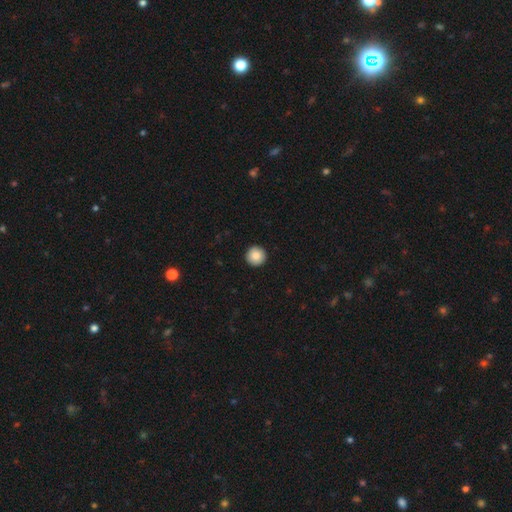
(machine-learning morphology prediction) A smooth galaxy with no disk features (86%) that is round (97%). Merging: none (93%).